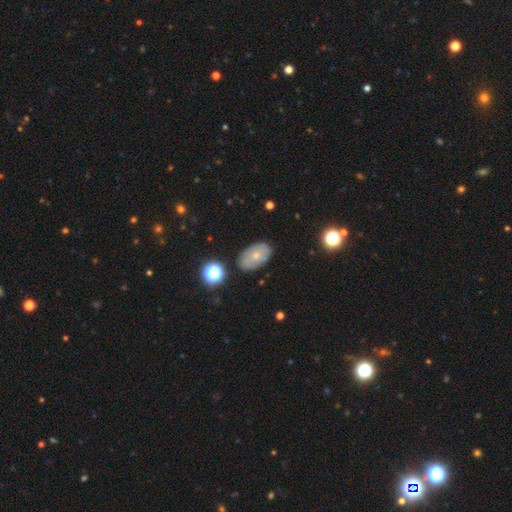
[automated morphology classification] This appears to be a smooth galaxy with no disk features (59%) that is in between round and cigar-shaped (89%). Merging: none (79%).